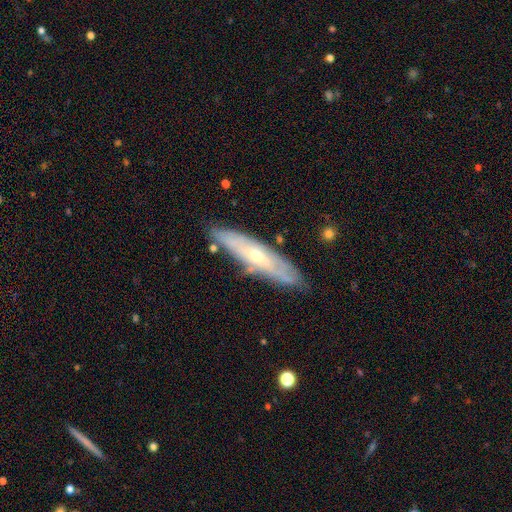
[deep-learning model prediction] A featured or disk galaxy (66%) viewed edge-on (51%).

Vote fractions:
- Smooth or featured? featured or disk: 66% / smooth: 27% / star or artifact: 7%
- Edge-on disk? yes: 51% / no: 49%
- Merging? none: 79% / minor disturbance: 15% / major disturbance: 3% / merger: 2%